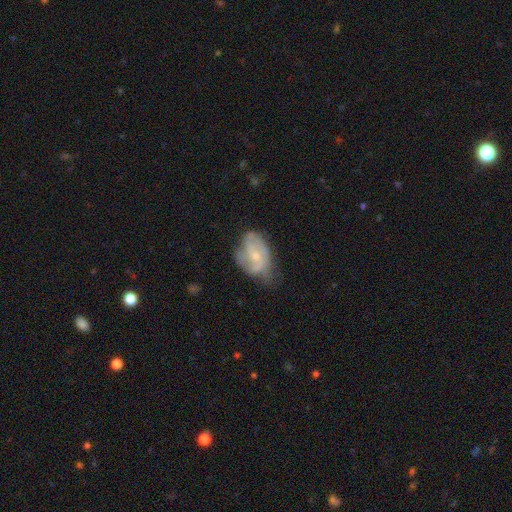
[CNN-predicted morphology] Overall: featured or disk (63%; smooth 31%). Edge-on disk: no (96%). Bar: no (56%; weak 36%). Spiral arms: yes (74%). Bulge size: small (59%; moderate 35%). Merging: none (45%; minor disturbance 36%).